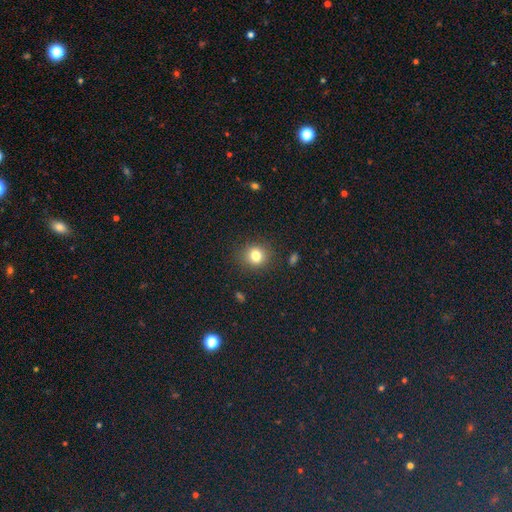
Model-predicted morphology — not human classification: smooth_or_featured: smooth (p=0.81) [alt: star or artifact p=0.13]
how_rounded: round (p=0.85) [alt: in between p=0.14]
merging: none (p=0.88) [alt: minor disturbance p=0.08]